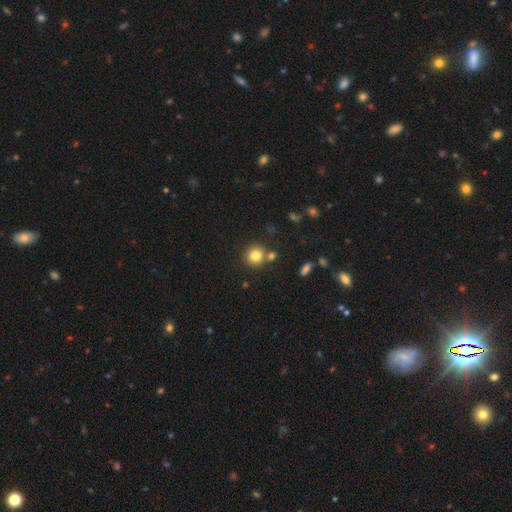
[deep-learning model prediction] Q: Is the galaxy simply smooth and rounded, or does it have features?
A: smooth — 81%.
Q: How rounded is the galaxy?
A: round — 90%.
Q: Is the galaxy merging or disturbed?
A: none — 74%.